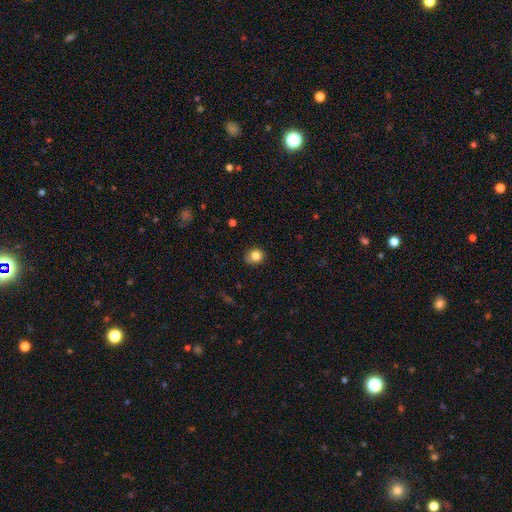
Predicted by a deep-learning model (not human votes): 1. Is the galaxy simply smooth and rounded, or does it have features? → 82% smooth, 11% star or artifact, 6% featured or disk.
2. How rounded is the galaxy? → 84% round, 15% in between, 1% cigar-shaped.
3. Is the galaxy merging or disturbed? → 79% none, 17% minor disturbance, 3% major disturbance, 2% merger.